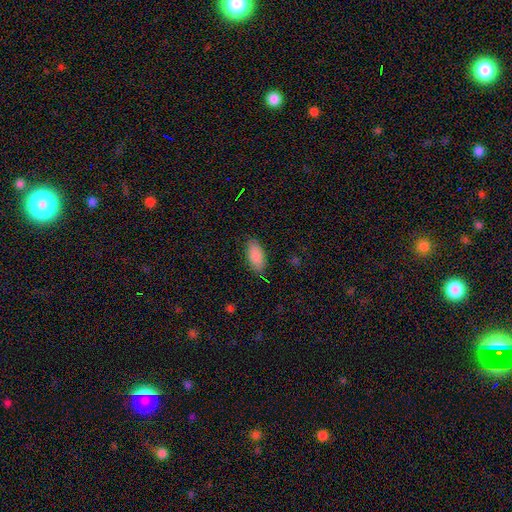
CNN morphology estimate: Smooth or featured?
  - smooth: 88% *
  - star or artifact: 6%
  - featured or disk: 5%
How rounded?
  - in between: 90% *
  - cigar-shaped: 8%
  - round: 2%
Merging?
  - none: 84% *
  - minor disturbance: 12%
  - major disturbance: 3%
  - merger: 1%